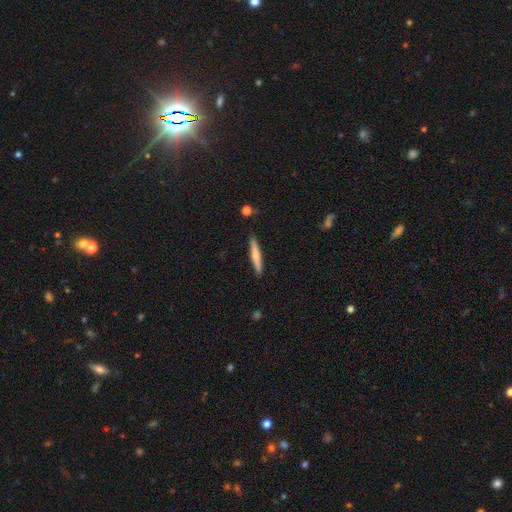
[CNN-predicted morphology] Overall: smooth (62%; featured or disk 33%). How rounded: cigar-shaped (93%). Merging: none (90%).